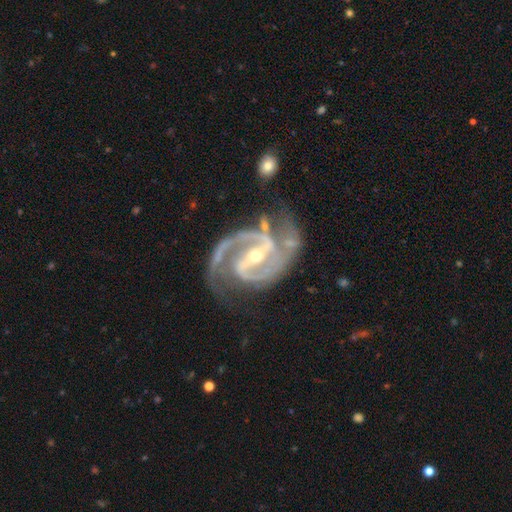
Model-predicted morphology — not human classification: type=featured or disk (94%); edge-on=no (98%); bar=strong (63%); spiral arms=yes (99%); winding=medium (60%); arm count=2 (89%); bulge=small (62%); merging=none (63%).